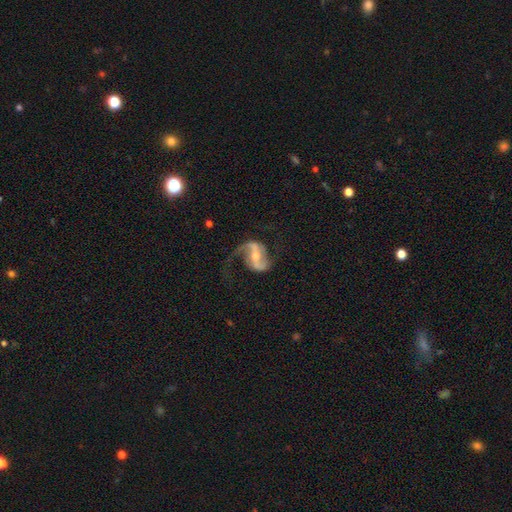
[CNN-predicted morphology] Overall: featured or disk (89%). Edge-on disk: no (97%). Bar: strong (52%; weak 33%). Spiral arms: yes (96%). Spiral arm count: 2 (85%). Spiral winding: loose (62%; medium 31%). Bulge size: moderate (53%; small 42%). Merging: none (62%).